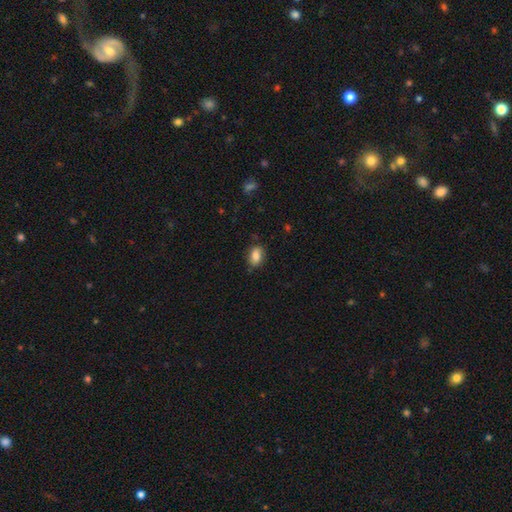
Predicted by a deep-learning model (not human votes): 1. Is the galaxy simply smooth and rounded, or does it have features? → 83% smooth, 9% featured or disk, 8% star or artifact.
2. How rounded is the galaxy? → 81% in between, 17% round, 2% cigar-shaped.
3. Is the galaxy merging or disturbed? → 81% none, 15% minor disturbance, 3% major disturbance, 2% merger.